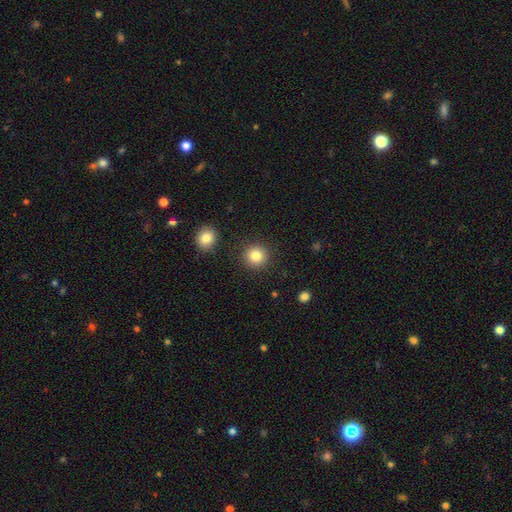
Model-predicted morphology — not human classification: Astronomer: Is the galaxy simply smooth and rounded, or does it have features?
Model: smooth — 84%.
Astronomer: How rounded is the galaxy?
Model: round — 93%.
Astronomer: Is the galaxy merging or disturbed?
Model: none — 89%.